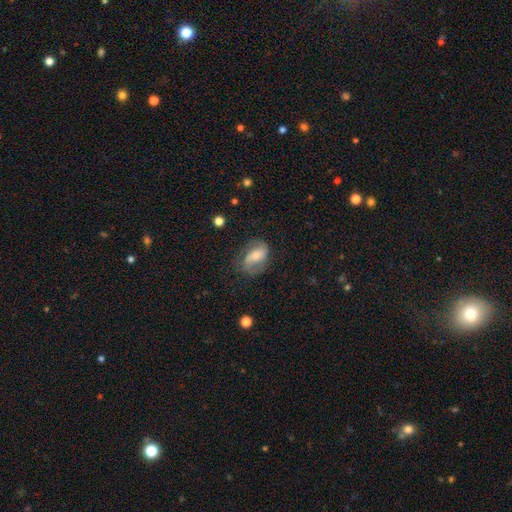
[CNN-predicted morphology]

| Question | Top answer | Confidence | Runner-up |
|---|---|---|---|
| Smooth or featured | featured or disk | 58% | smooth (34%) |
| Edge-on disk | no | 96% | yes (4%) |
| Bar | no | 39% | weak (37%) |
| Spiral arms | yes | 84% | no (16%) |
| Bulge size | moderate | 44% | small (42%) |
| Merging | none | 61% | minor disturbance (22%) |